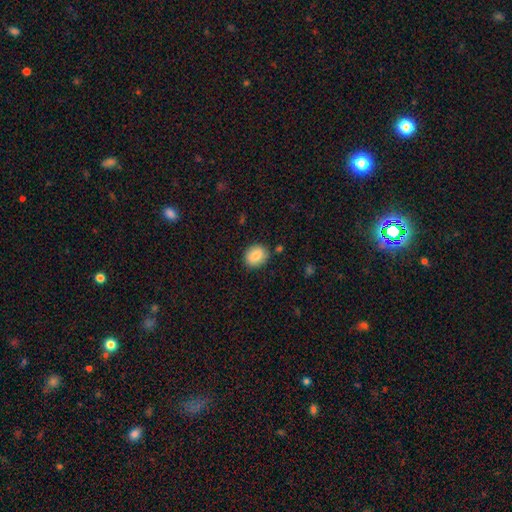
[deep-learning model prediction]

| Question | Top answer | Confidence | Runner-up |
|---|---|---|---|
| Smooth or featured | smooth | 85% | star or artifact (8%) |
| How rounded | round | 60% | in between (39%) |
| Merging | none | 84% | minor disturbance (11%) |